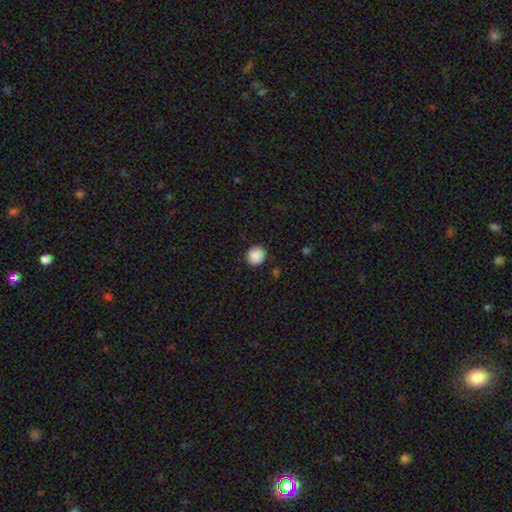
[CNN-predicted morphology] smooth-or-featured: smooth: 88% | star or artifact: 8% | featured or disk: 4%
  how-rounded: round: 86% | in between: 13% | cigar-shaped: 1%
  merging: none: 87% | minor disturbance: 9% | major disturbance: 2% | merger: 1%